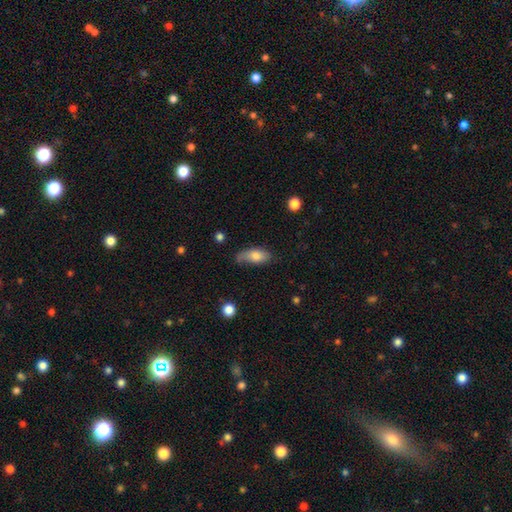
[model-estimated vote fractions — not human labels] The model was most divided on "merging": none: 49%, minor disturbance: 35%, major disturbance: 12%, merger: 4%. More confident: how rounded — in between (84%); smooth or featured — smooth (75%).